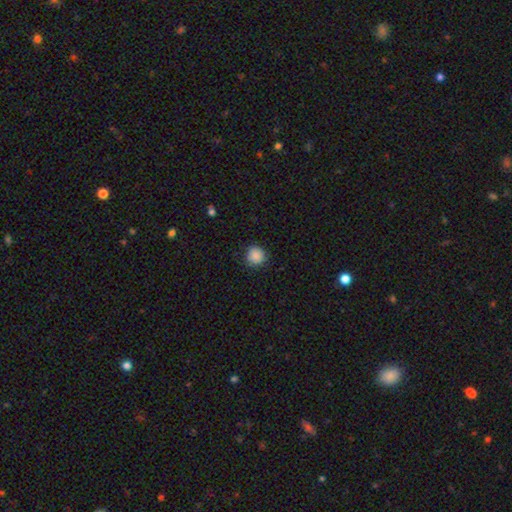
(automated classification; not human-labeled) Smooth or featured? Predicted: smooth (p=0.88). How rounded? Predicted: round (p=0.93). Merging? Predicted: none (p=0.88).